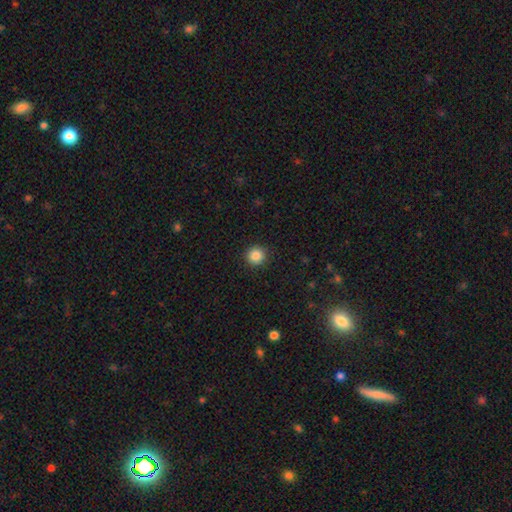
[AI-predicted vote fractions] This appears to be a smooth galaxy with no disk features (86%) that is round (94%). Merging: none (92%).